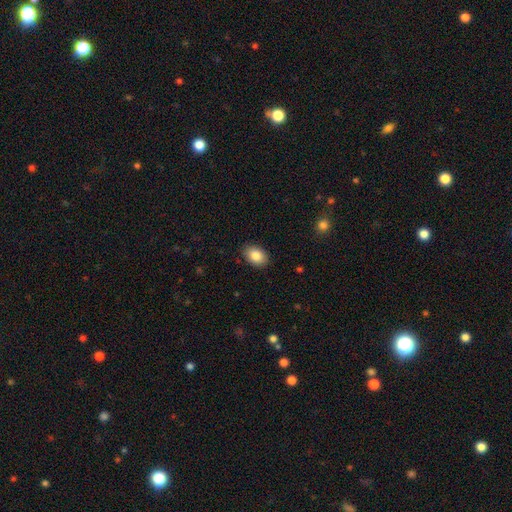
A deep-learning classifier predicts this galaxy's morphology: This appears to be a smooth galaxy with no disk features (86%) that is in between round and cigar-shaped (83%). Merging: none (89%).